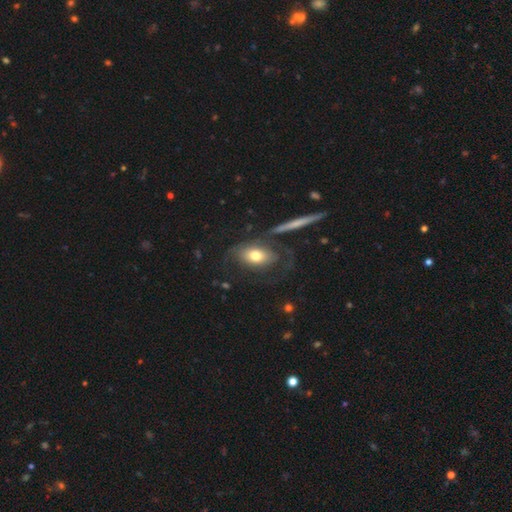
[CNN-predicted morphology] Overall: smooth (53%; featured or disk 40%). How rounded: in between (81%). Merging: none (47%; major disturbance 25%).